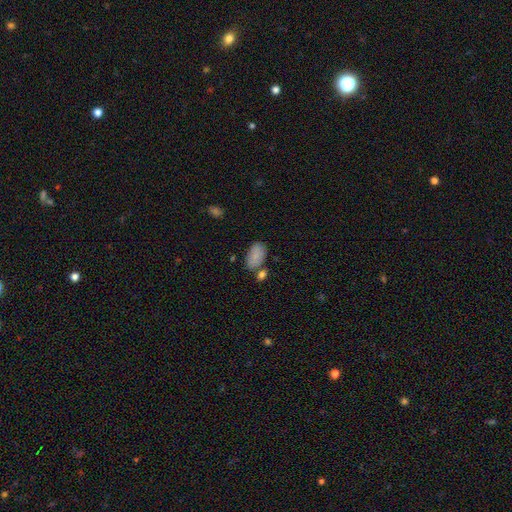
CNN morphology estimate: Overall: smooth (85%). How rounded: in between (94%). Merging: none (62%).